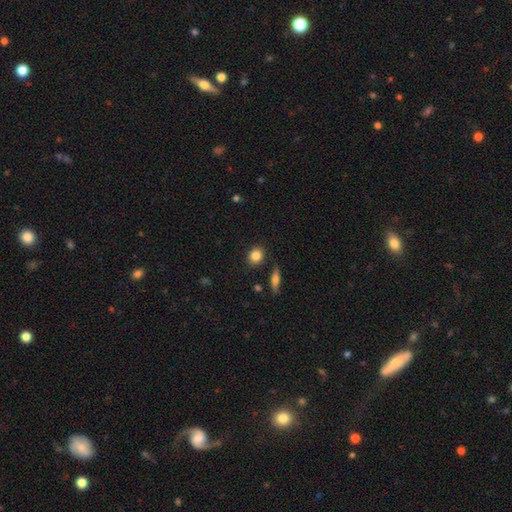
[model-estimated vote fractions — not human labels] smooth-or-featured: smooth: 84% | star or artifact: 9% | featured or disk: 7%
  how-rounded: round: 69% | in between: 28% | cigar-shaped: 3%
  merging: none: 85% | minor disturbance: 9% | merger: 3% | major disturbance: 2%